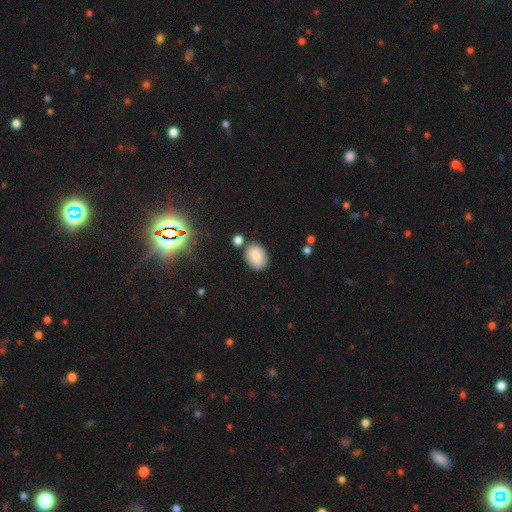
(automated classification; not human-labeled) smooth_or_featured: smooth (p=0.82) [alt: star or artifact p=0.09]
how_rounded: in between (p=0.66) [alt: round p=0.33]
merging: none (p=0.74) [alt: minor disturbance p=0.15]